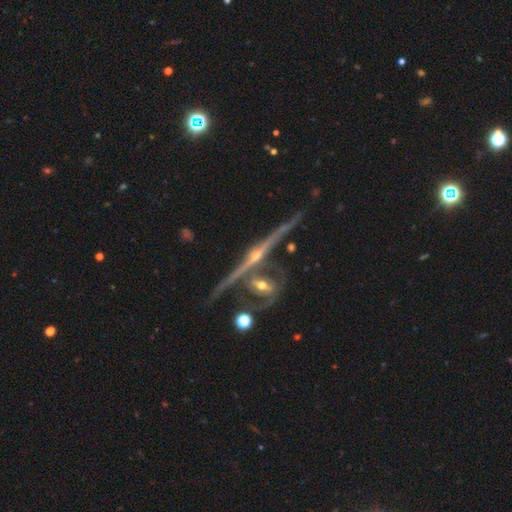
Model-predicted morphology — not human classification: Smooth or featured? featured or disk (88%)
Edge-on disk? yes (96%)
Edge-on bulge? rounded (89%)
Merging? none (67%)